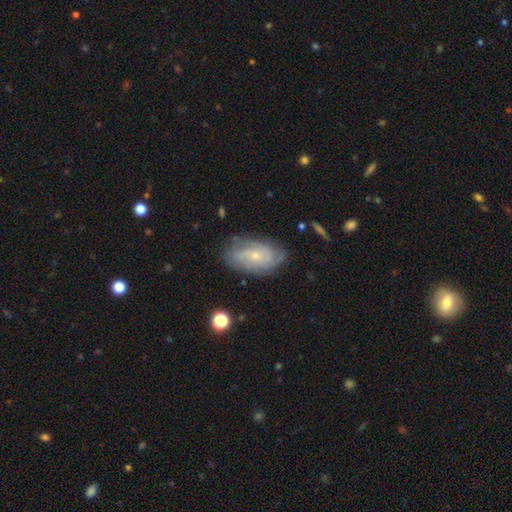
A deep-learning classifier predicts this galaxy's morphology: featured or disk 72%, smooth 21%, star or artifact 7%. Down the decision tree: edge-on disk — no (94%); bar — no (74%); spiral arms — yes (89%); spiral arm count — can't tell (41%); spiral winding — tight (51%); bulge size — small (78%); merging — none (73%).